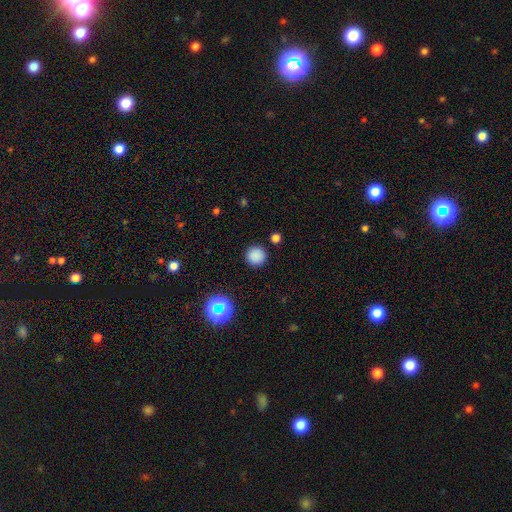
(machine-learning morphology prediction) type=smooth (83%); roundness=round (96%); merging=none (90%).